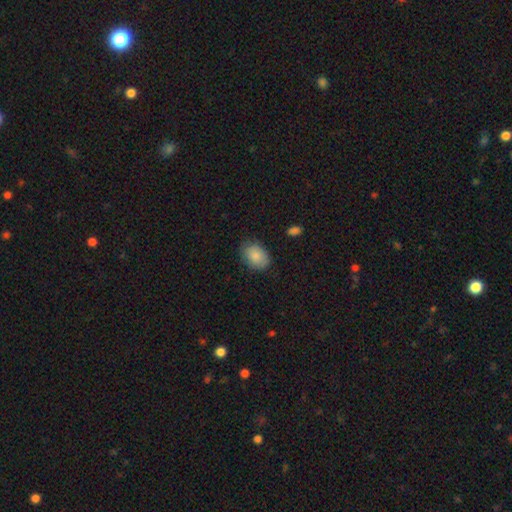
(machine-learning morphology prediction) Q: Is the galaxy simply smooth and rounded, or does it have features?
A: smooth — 86%.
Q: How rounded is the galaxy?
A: in between — 83%.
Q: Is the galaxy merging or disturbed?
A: none — 79%.